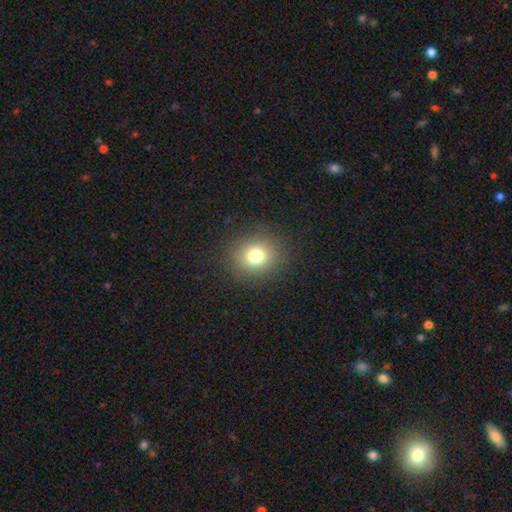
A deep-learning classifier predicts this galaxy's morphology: smooth_or_featured: smooth (p=0.77) [alt: star or artifact p=0.15]
how_rounded: round (p=0.81) [alt: in between p=0.18]
merging: none (p=0.89) [alt: minor disturbance p=0.07]